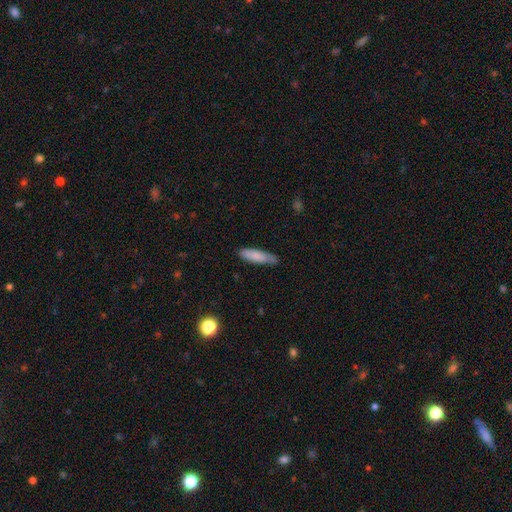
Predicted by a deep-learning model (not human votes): This is clearly a smooth galaxy (82%). How rounded: likely cigar-shaped (66%). Merging: likely none (74%).